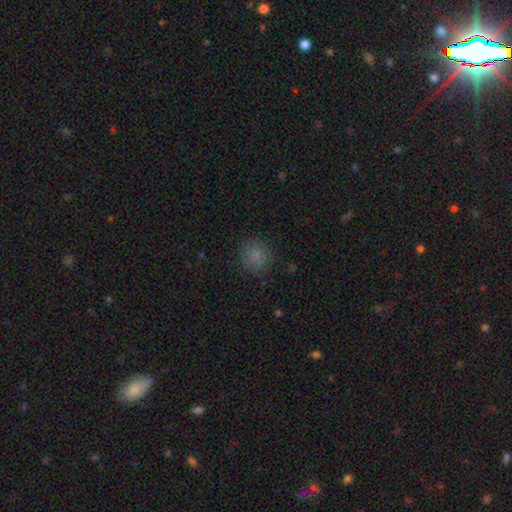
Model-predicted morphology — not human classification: This is clearly a smooth galaxy (82%). How rounded: clearly round (89%). Merging: clearly none (84%).